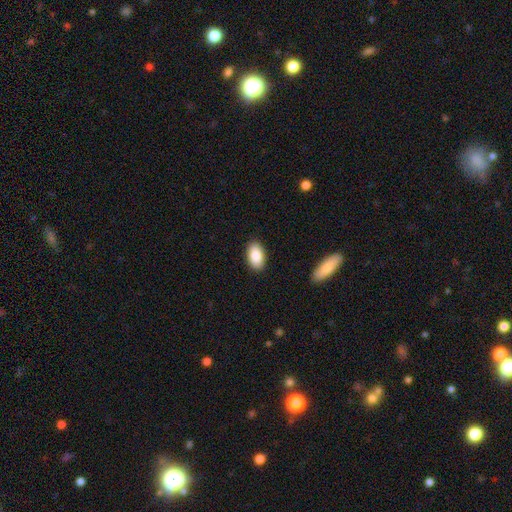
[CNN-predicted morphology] Smooth or featured: smooth — 87% (featured or disk — 6%)
How rounded: in between — 94% (round — 4%)
Merging: none — 89% (minor disturbance — 8%)